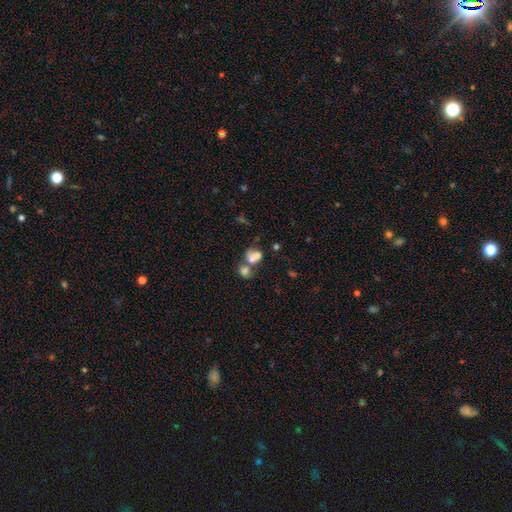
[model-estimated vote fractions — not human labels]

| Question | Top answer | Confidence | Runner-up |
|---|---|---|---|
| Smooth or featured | smooth | 71% | featured or disk (17%) |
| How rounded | in between | 63% | round (35%) |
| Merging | merger | 62% | none (21%) |